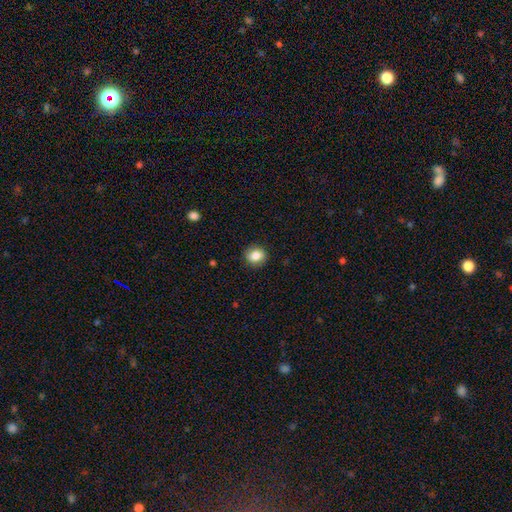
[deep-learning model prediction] This is clearly a smooth galaxy (83%). How rounded: likely round (70%). Merging: clearly none (88%).